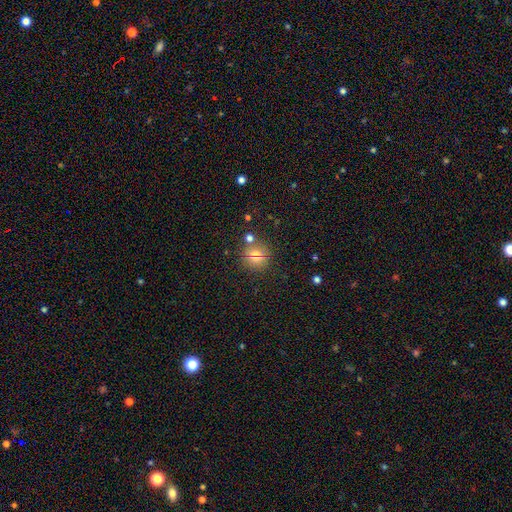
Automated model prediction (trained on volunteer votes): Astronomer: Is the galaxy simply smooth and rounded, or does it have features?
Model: smooth — 65%.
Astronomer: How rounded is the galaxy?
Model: round — 90%.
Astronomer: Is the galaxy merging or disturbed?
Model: none — 79%.